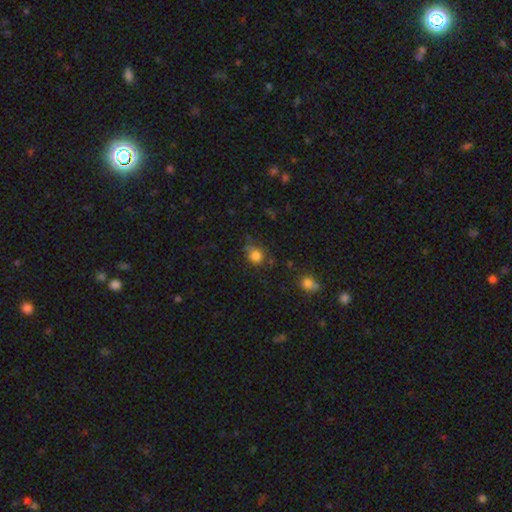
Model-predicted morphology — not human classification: Smooth or featured?
  - smooth: 80% *
  - star or artifact: 13%
  - featured or disk: 7%
How rounded?
  - round: 70% *
  - in between: 29%
  - cigar-shaped: 1%
Merging?
  - none: 57% *
  - minor disturbance: 27%
  - major disturbance: 11%
  - merger: 5%